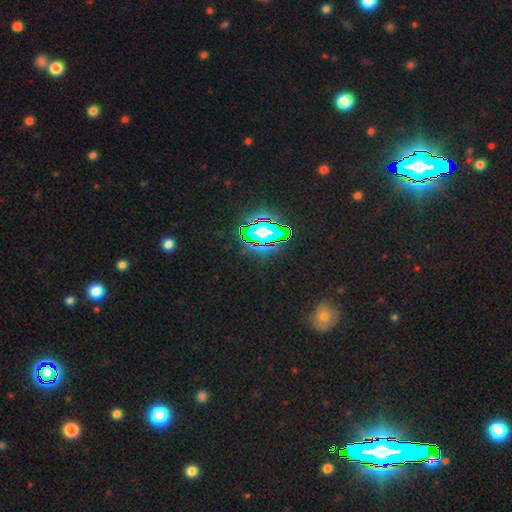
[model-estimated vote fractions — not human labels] star or artifact 81%, smooth 11%, featured or disk 8%.